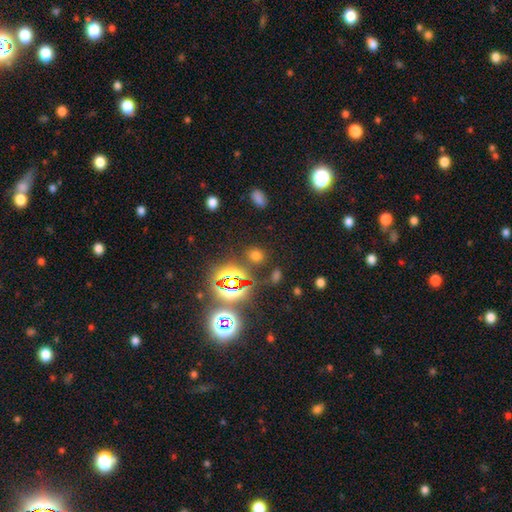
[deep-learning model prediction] This is possibly a smooth galaxy (56%). How rounded: likely round (67%). Merging: clearly none (80%).